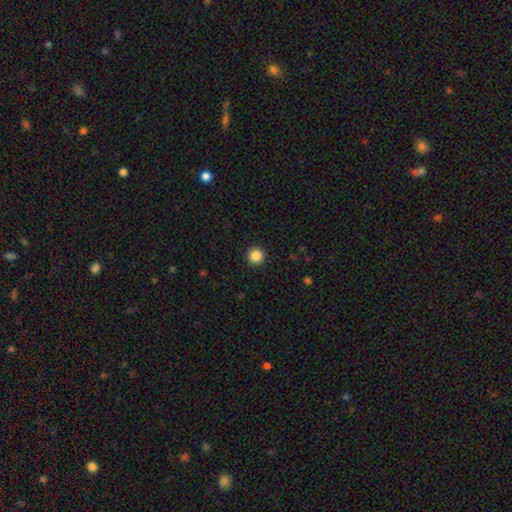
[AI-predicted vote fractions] Morphology: type=smooth (86%); roundness=round (96%); merging=none (93%).